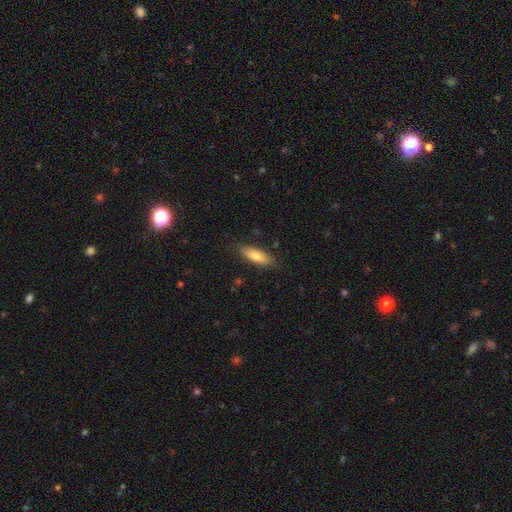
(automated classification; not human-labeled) Smooth or featured? Predicted: smooth (p=0.75). How rounded? Predicted: cigar-shaped (p=0.50). Merging? Predicted: none (p=0.85).